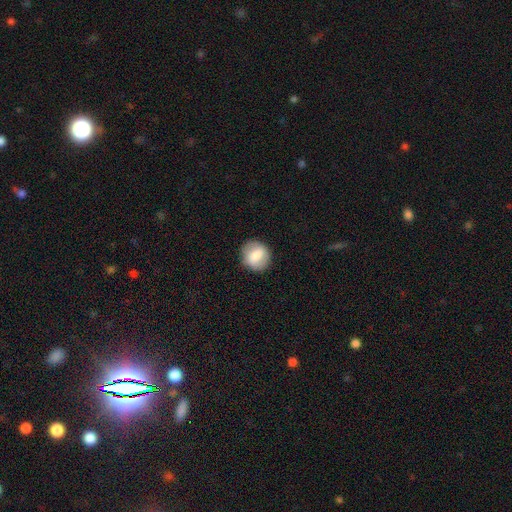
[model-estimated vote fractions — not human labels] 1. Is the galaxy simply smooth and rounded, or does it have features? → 72% smooth, 21% featured or disk, 7% star or artifact.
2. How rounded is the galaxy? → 82% round, 17% in between, 1% cigar-shaped.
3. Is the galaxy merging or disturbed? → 86% none, 10% minor disturbance, 3% major disturbance, 1% merger.